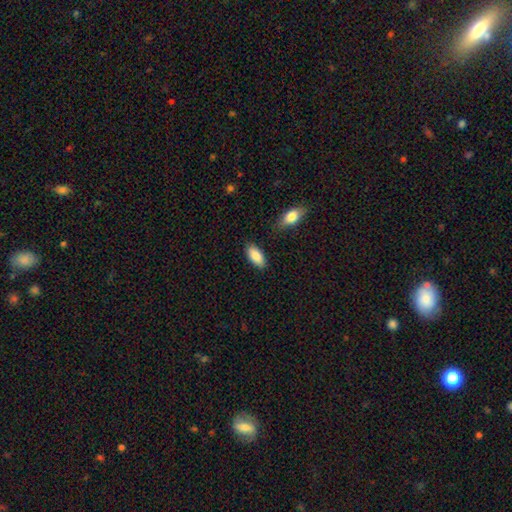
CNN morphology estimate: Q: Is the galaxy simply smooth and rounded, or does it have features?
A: smooth — 86%.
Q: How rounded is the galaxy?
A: in between — 91%.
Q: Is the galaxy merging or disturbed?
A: none — 84%.